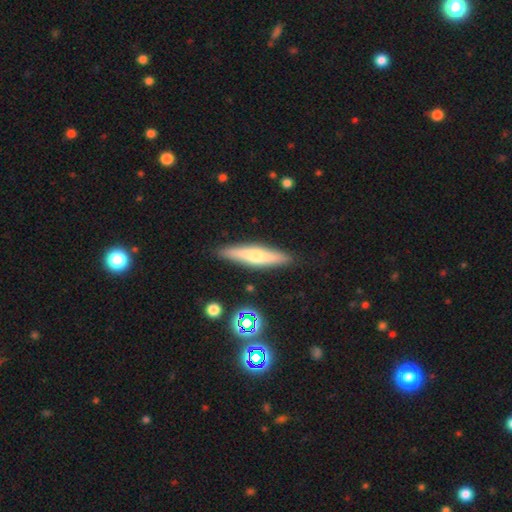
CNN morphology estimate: featured or disk 51%, smooth 41%, star or artifact 8%. Down the decision tree: edge-on disk — yes (92%); merging — none (87%).